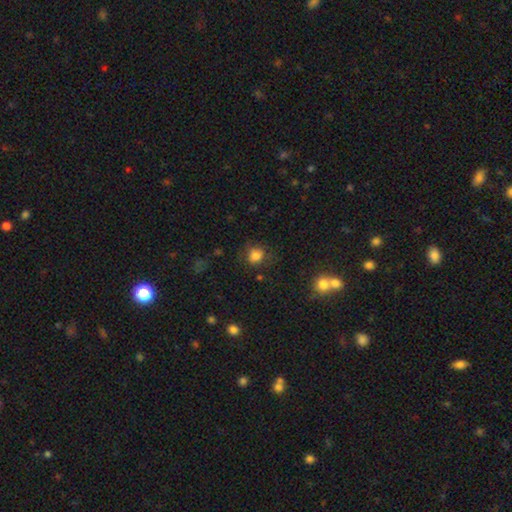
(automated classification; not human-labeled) The model was most divided on "how rounded": round: 74%, in between: 25%, cigar-shaped: 1%. More confident: smooth or featured — smooth (80%); merging — none (71%).